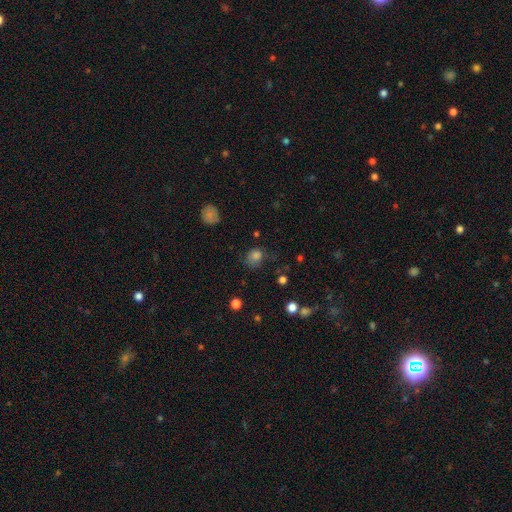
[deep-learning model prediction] smooth-or-featured: smooth: 78% | star or artifact: 15% | featured or disk: 8%
  how-rounded: round: 72% | in between: 27% | cigar-shaped: 1%
  merging: none: 57% | minor disturbance: 26% | major disturbance: 14% | merger: 3%